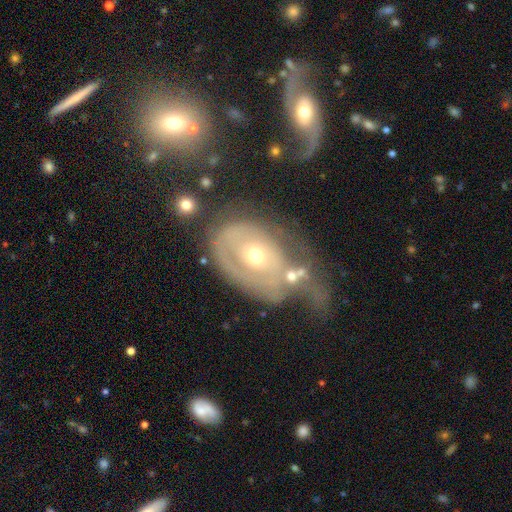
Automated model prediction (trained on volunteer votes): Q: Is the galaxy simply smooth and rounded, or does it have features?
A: featured or disk — 67%.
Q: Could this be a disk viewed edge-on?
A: no — 95%.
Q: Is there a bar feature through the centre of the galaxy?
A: no — 81%.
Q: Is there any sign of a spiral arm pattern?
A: yes — 52%.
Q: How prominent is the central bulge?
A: small — 50%.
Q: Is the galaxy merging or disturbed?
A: major disturbance — 36%.